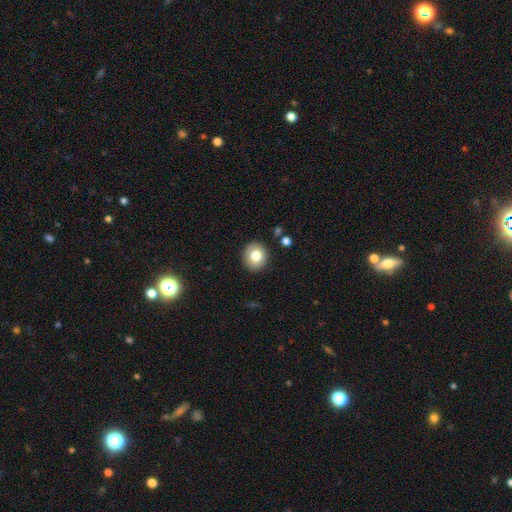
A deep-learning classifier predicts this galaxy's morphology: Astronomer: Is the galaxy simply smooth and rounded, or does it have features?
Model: smooth — 78%.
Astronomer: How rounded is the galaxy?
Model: round — 80%.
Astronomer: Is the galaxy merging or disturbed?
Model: none — 90%.